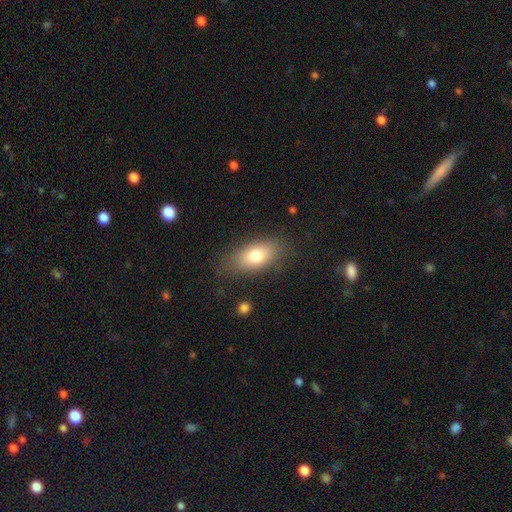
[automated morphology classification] Smooth or featured?
  - smooth: 77% *
  - featured or disk: 15%
  - star or artifact: 8%
How rounded?
  - in between: 85% *
  - cigar-shaped: 8%
  - round: 7%
Merging?
  - none: 79% *
  - minor disturbance: 14%
  - major disturbance: 5%
  - merger: 2%